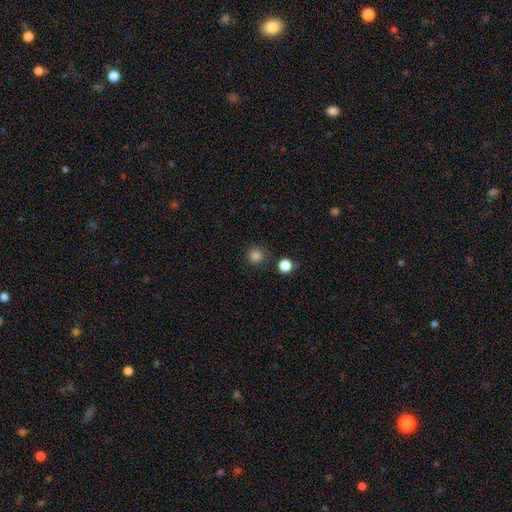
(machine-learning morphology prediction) The model was most divided on "smooth or featured": smooth: 83%, star or artifact: 13%, featured or disk: 4%. More confident: how rounded — round (94%); merging — none (83%).